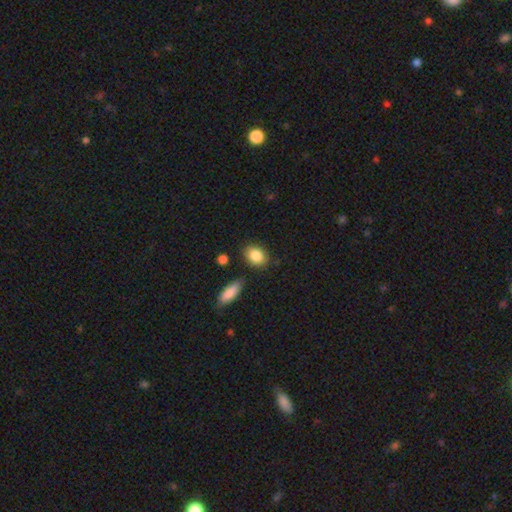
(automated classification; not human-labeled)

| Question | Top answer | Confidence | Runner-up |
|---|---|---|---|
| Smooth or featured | smooth | 87% | star or artifact (7%) |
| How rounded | in between | 64% | round (34%) |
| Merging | none | 79% | minor disturbance (13%) |